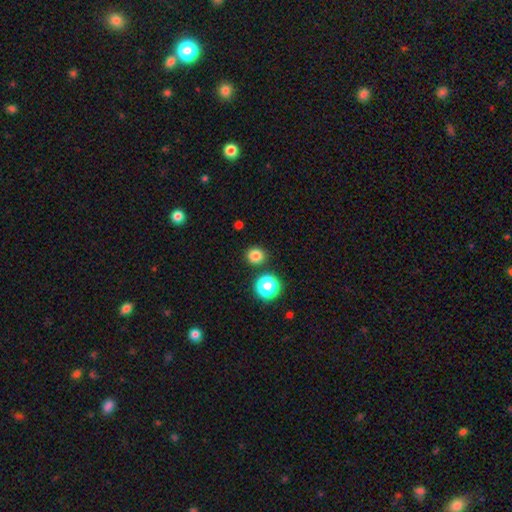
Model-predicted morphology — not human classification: type=smooth (80%); roundness=round (88%); merging=none (88%).